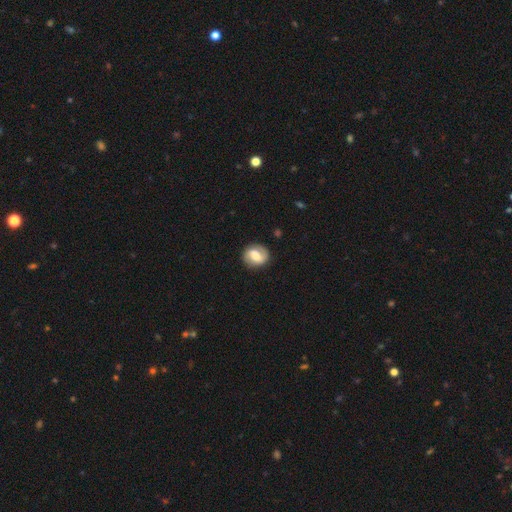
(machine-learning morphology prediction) Smooth or featured?
  - featured or disk: 54% *
  - smooth: 38%
  - star or artifact: 8%
Edge-on disk?
  - no: 97% *
  - yes: 3%
Bar?
  - weak: 47% *
  - strong: 27%
  - no: 26%
Spiral arms?
  - yes: 87% *
  - no: 13%
Bulge size?
  - large: 33% *
  - moderate: 32%
  - small: 17%
  - none: 13%
  - dominant: 5%
Merging?
  - none: 81% *
  - minor disturbance: 13%
  - major disturbance: 5%
  - merger: 1%